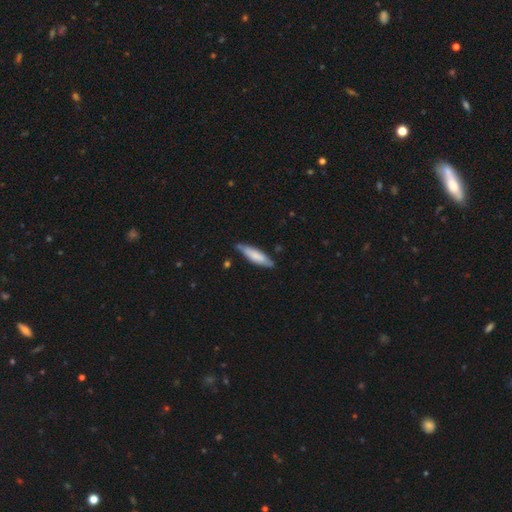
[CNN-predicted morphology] Smooth or featured? Predicted: smooth (p=0.73). How rounded? Predicted: cigar-shaped (p=0.69). Merging? Predicted: none (p=0.73).